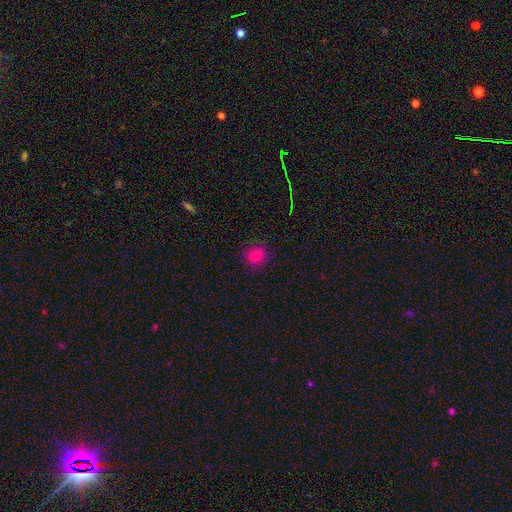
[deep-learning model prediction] Smooth or featured?
  - smooth: 81% *
  - star or artifact: 15%
  - featured or disk: 5%
How rounded?
  - round: 83% *
  - in between: 16%
  - cigar-shaped: 1%
Merging?
  - none: 87% *
  - minor disturbance: 10%
  - major disturbance: 3%
  - merger: 1%